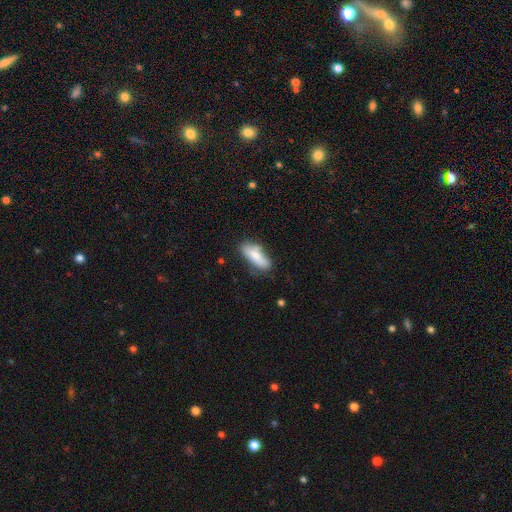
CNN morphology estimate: type=smooth (78%); roundness=in between (67%); merging=none (63%).